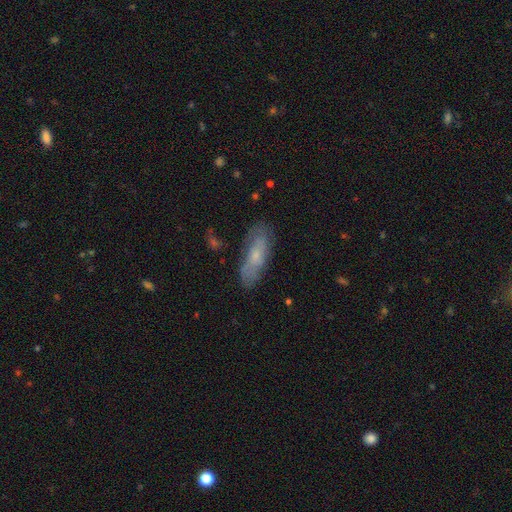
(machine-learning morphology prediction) Overall: smooth (52%; featured or disk 40%). How rounded: in between (56%; cigar-shaped 41%). Merging: none (75%).